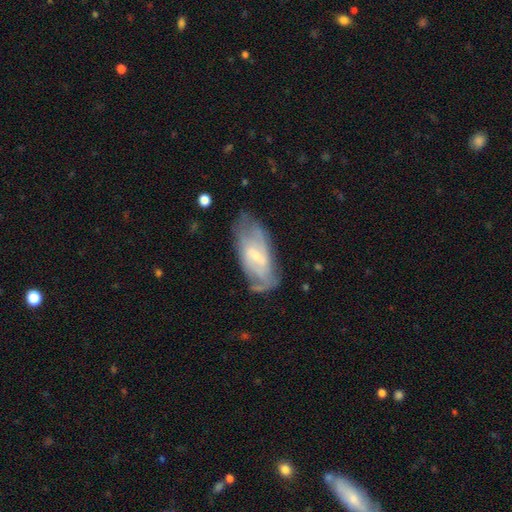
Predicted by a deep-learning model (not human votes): Smooth or featured?
  - featured or disk: 63% *
  - smooth: 30%
  - star or artifact: 7%
Edge-on disk?
  - no: 89% *
  - yes: 11%
Bar?
  - weak: 50% *
  - no: 29%
  - strong: 21%
Spiral arms?
  - yes: 71% *
  - no: 29%
Bulge size?
  - small: 58% *
  - moderate: 30%
  - none: 9%
  - large: 3%
  - dominant: 1%
Merging?
  - none: 61% *
  - minor disturbance: 25%
  - major disturbance: 11%
  - merger: 3%